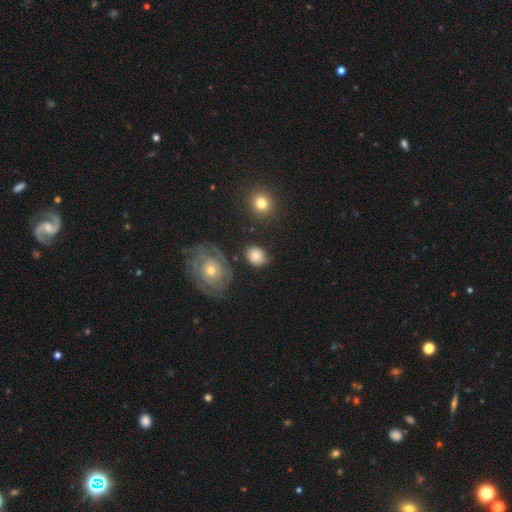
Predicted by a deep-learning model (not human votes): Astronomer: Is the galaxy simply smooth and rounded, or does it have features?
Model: smooth — 69%.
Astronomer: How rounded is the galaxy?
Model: round — 61% (runner-up: in between, 37%).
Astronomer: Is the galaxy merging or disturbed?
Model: none — 65%.